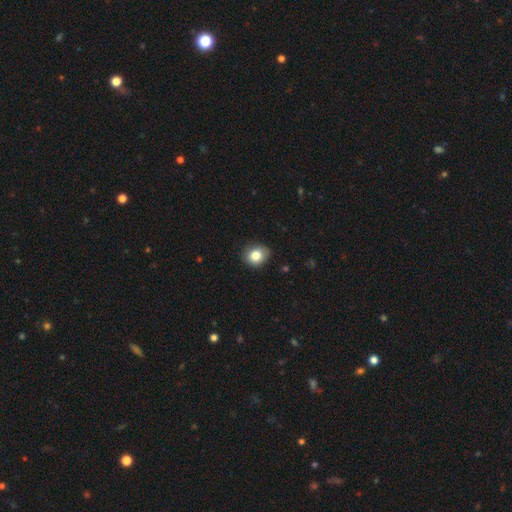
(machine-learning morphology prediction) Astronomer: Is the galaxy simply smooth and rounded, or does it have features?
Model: smooth — 82%.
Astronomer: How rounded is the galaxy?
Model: round — 69%.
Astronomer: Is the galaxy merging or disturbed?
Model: none — 84%.